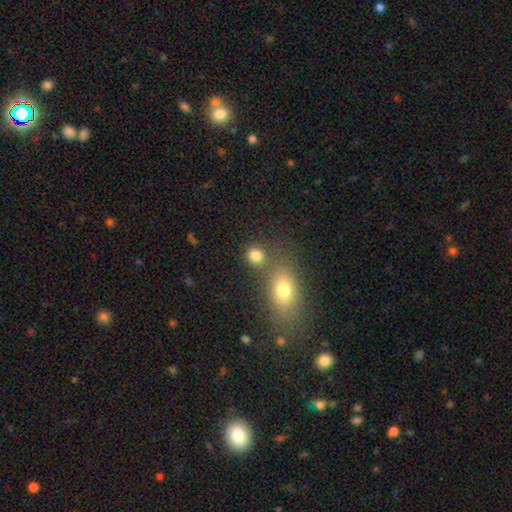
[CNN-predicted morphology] This appears to be a smooth galaxy with no disk features (81%) that is round (74%). Merging: none (63%).